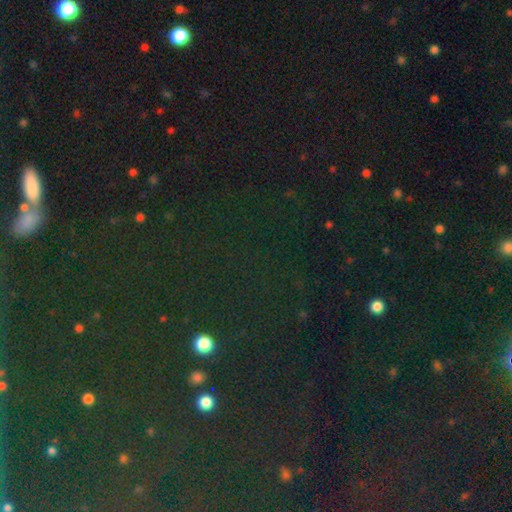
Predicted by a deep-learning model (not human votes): Morphology: type=star or artifact (80%).